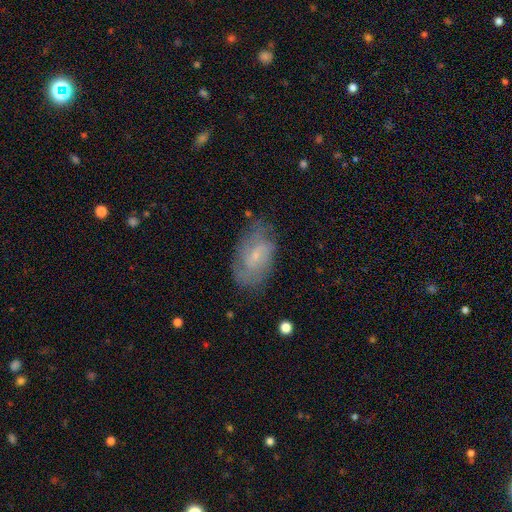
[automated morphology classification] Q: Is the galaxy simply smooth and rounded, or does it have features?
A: featured or disk — 59%.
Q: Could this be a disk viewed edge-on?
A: no — 94%.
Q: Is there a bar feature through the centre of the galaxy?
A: weak — 47%.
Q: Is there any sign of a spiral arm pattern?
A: yes — 80%.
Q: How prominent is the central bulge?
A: small — 70%.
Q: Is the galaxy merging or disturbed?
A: none — 68%.